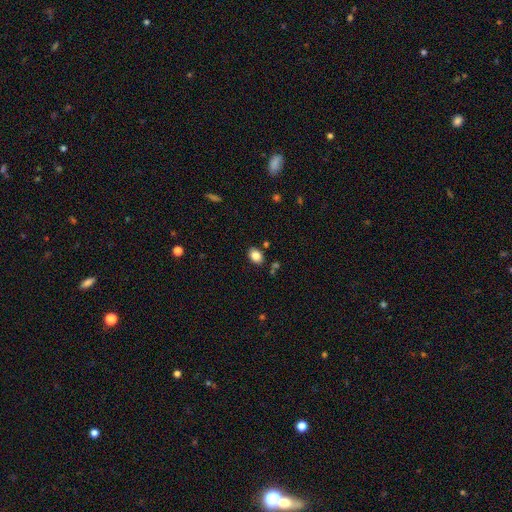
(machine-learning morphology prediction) Q: Smooth or featured?
A: smooth (84%); runner-up: star or artifact (9%)
Q: How rounded?
A: in between (75%); runner-up: round (24%)
Q: Merging?
A: none (82%); runner-up: minor disturbance (11%)